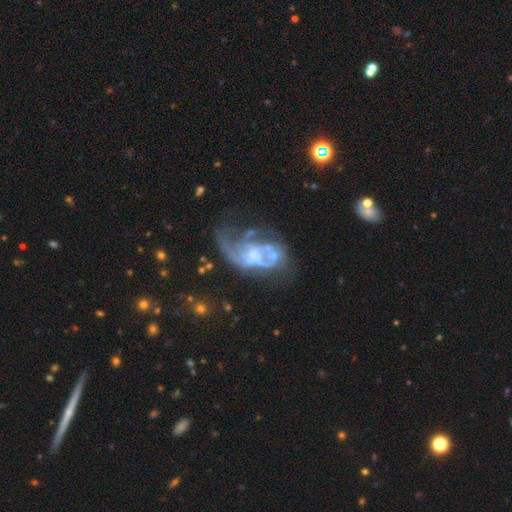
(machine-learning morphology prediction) Smooth or featured: featured or disk — 73% (smooth — 16%)
Edge-on disk: no — 97% (yes — 3%)
Bar: no — 74% (weak — 21%)
Spiral arms: yes — 53% (no — 47%)
Bulge size: none — 42% (small — 28%)
Merging: major disturbance — 43% (none — 24%)